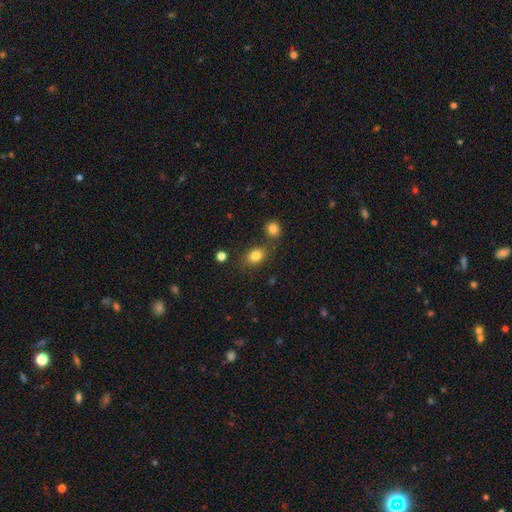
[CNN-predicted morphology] A smooth galaxy with no disk features (83%) that is in between round and cigar-shaped (63%).

Vote fractions:
- Smooth or featured? smooth: 83% / star or artifact: 11% / featured or disk: 7%
- How rounded? in between: 63% / round: 36% / cigar-shaped: 1%
- Merging? none: 75% / minor disturbance: 13% / merger: 9% / major disturbance: 4%